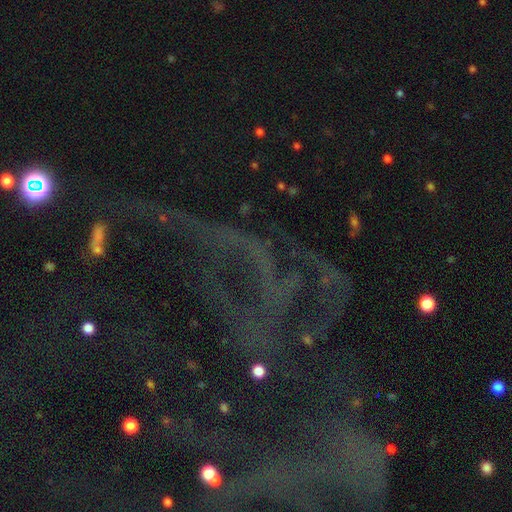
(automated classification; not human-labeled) smooth-or-featured: star or artifact: 65% | featured or disk: 22% | smooth: 13%